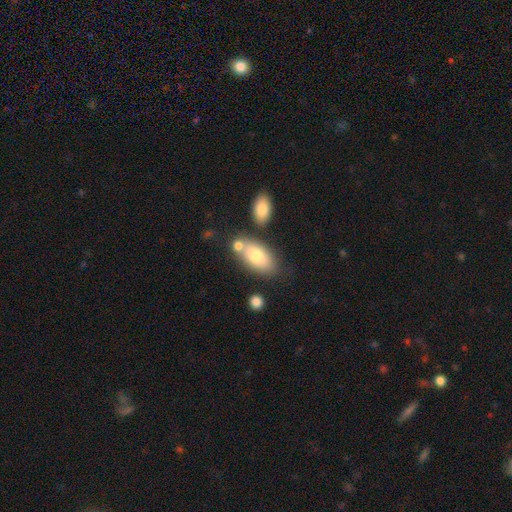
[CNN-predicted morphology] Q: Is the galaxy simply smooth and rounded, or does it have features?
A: smooth — 75%.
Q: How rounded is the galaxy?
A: in between — 91%.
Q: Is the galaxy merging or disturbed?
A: none — 59%.